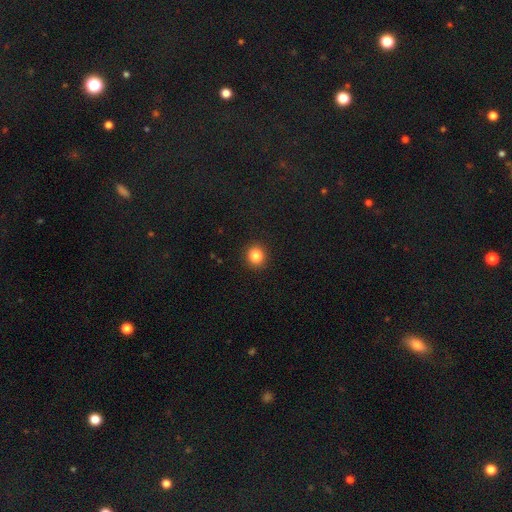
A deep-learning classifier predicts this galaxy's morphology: smooth_or_featured: smooth (p=0.85) [alt: star or artifact p=0.11]
how_rounded: round (p=0.87) [alt: in between p=0.12]
merging: none (p=0.92) [alt: minor disturbance p=0.05]